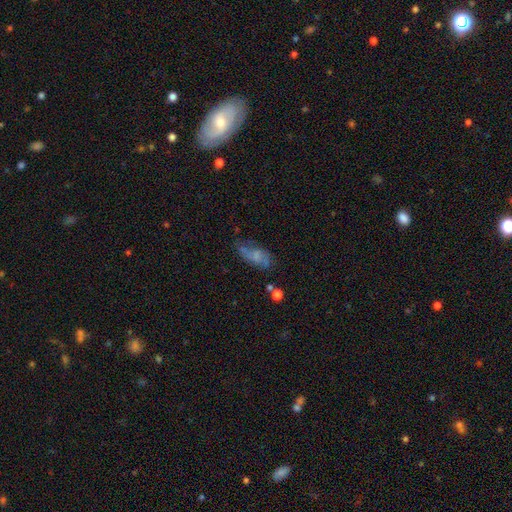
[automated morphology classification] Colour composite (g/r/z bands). It shows a smooth galaxy with no disk features (46%). Merging: none (47%).